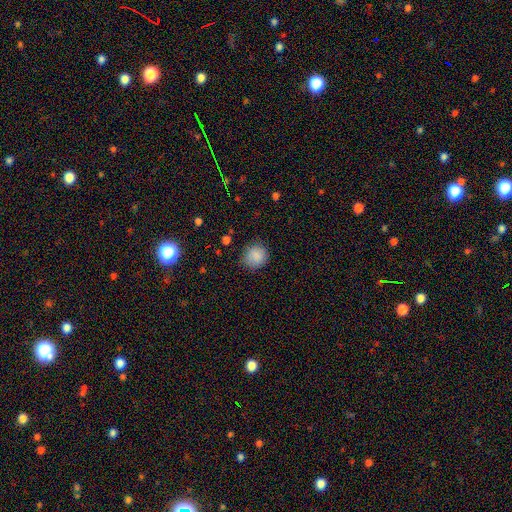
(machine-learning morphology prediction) Smooth or featured? smooth (87%)
How rounded? round (83%)
Merging? none (80%)